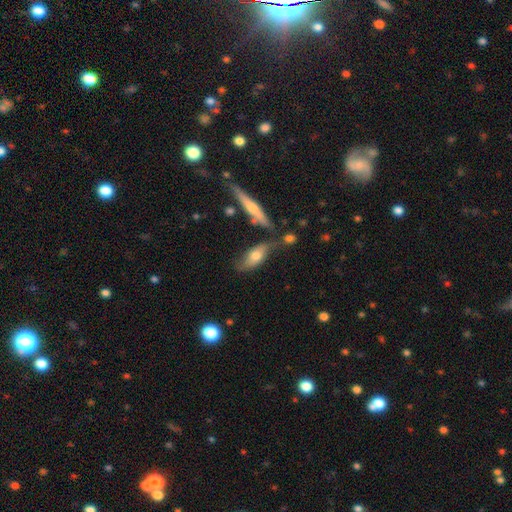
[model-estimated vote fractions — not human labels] Q: Smooth or featured?
A: smooth (58%); runner-up: featured or disk (35%)
Q: How rounded?
A: in between (69%); runner-up: cigar-shaped (28%)
Q: Merging?
A: none (56%); runner-up: minor disturbance (20%)